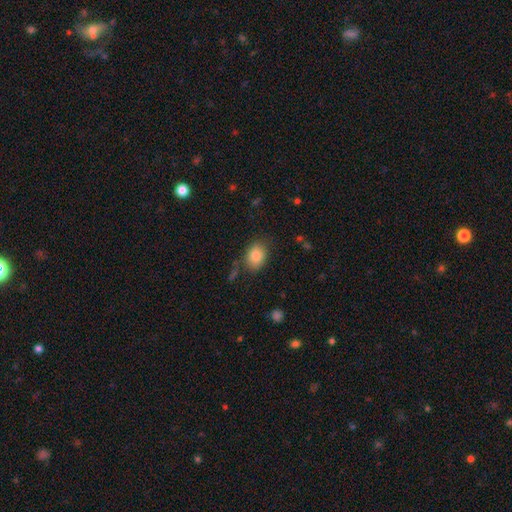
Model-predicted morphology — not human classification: Overall: smooth (85%). How rounded: in between (74%). Merging: none (74%).